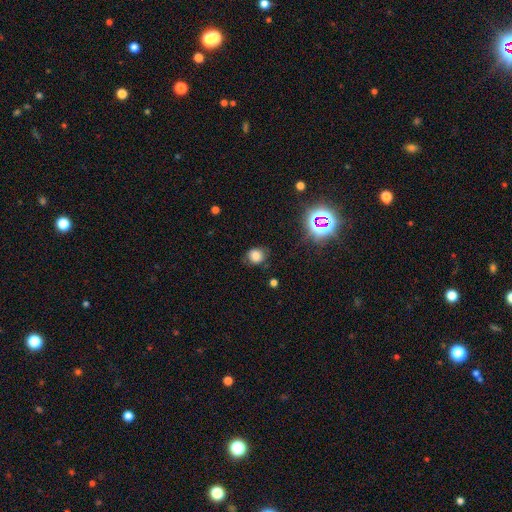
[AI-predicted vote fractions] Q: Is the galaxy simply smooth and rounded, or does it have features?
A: smooth — 75%.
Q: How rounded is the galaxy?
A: round — 77%.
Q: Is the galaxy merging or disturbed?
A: none — 76%.